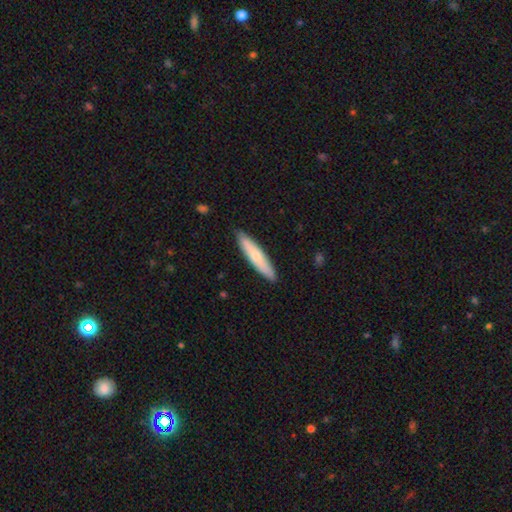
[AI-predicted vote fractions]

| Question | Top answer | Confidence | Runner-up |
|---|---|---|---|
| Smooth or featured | smooth | 63% | featured or disk (32%) |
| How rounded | cigar-shaped | 84% | in between (14%) |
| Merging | none | 89% | minor disturbance (9%) |